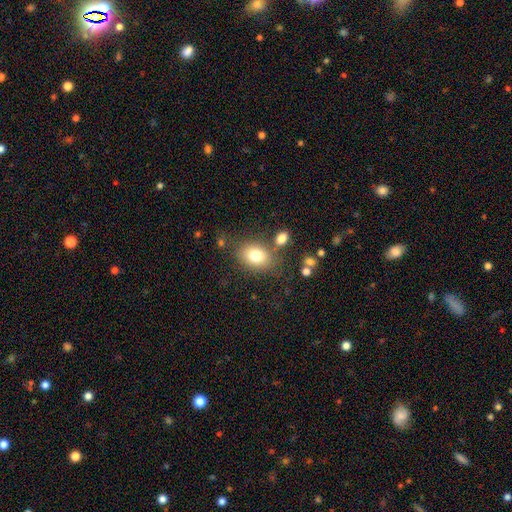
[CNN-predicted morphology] The model was most divided on "how rounded": in between: 71%, round: 27%, cigar-shaped: 1%. More confident: smooth or featured — smooth (78%); merging — none (71%).